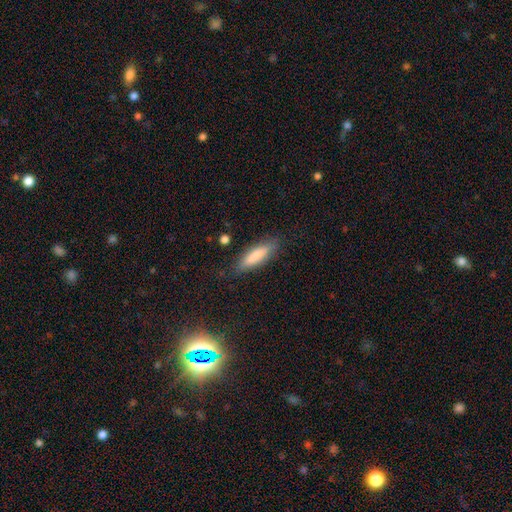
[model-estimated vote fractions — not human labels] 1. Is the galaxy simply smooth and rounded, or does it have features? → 78% smooth, 16% featured or disk, 6% star or artifact.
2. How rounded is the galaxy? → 63% cigar-shaped, 36% in between, 2% round.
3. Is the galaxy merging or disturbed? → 82% none, 13% minor disturbance, 3% major disturbance, 2% merger.